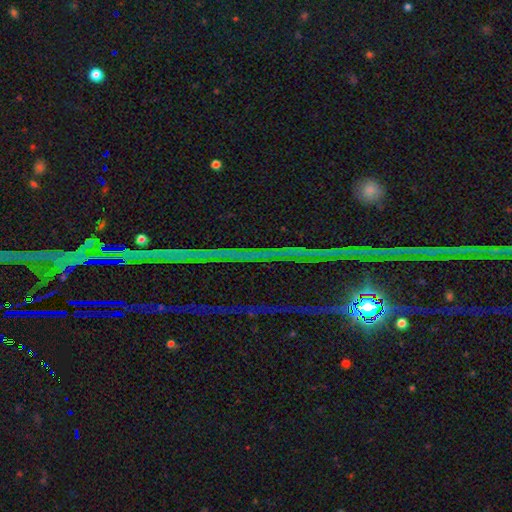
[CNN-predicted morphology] Smooth or featured: star or artifact — 84% (featured or disk — 10%)